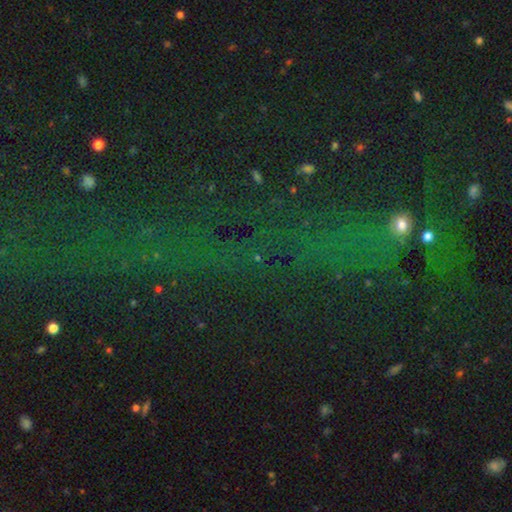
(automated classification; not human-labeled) Overall: star or artifact (67%).